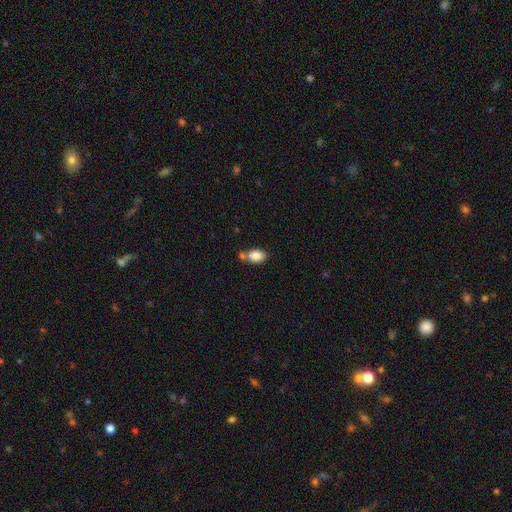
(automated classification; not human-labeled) The model was most divided on "merging": none: 54%, merger: 28%, minor disturbance: 15%, major disturbance: 4%. More confident: smooth or featured — smooth (84%); how rounded — in between (79%).